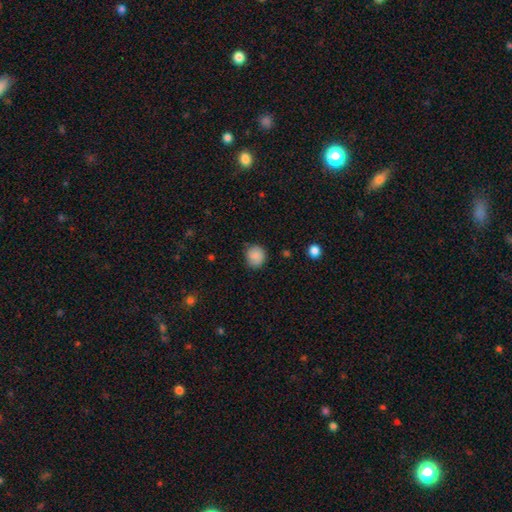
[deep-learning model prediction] A smooth galaxy with no disk features (86%) that is round (85%).

Vote fractions:
- Smooth or featured? smooth: 86% / star or artifact: 8% / featured or disk: 5%
- How rounded? round: 85% / in between: 14% / cigar-shaped: 1%
- Merging? none: 80% / minor disturbance: 15% / major disturbance: 3% / merger: 1%